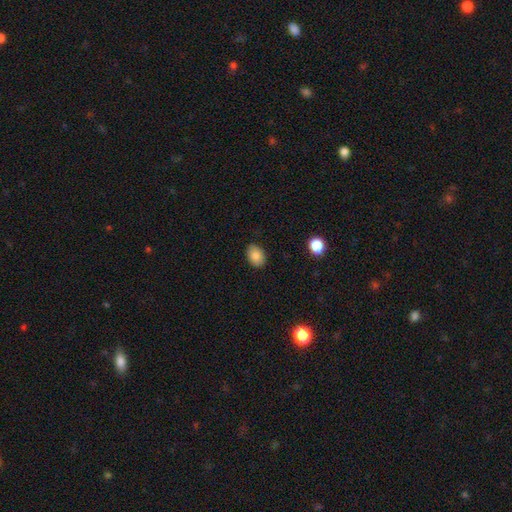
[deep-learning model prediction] smooth 86%, star or artifact 8%, featured or disk 6%. Down the decision tree: how rounded — in between (74%); merging — none (87%).